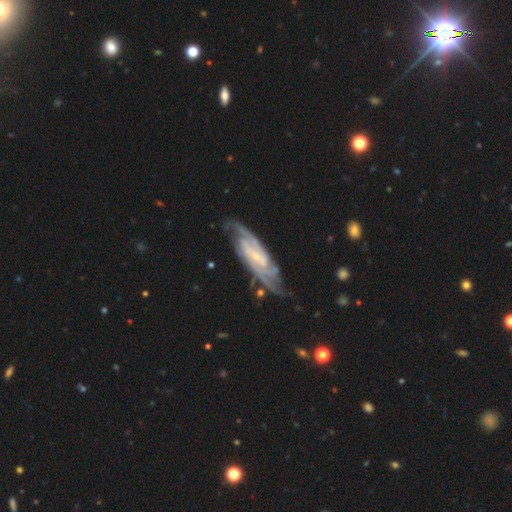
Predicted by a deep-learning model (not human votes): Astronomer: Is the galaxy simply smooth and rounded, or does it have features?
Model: featured or disk — 89%.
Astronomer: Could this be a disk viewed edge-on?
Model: no — 91%.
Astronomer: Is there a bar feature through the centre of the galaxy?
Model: no — 41% (runner-up: weak, 39%).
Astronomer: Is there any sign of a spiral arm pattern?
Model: yes — 98%.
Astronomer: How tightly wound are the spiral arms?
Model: tight — 54% (runner-up: medium, 38%).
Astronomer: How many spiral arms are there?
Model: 2 — 45%.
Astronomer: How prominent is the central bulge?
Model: small — 74%.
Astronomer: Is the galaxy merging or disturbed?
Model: none — 73%.